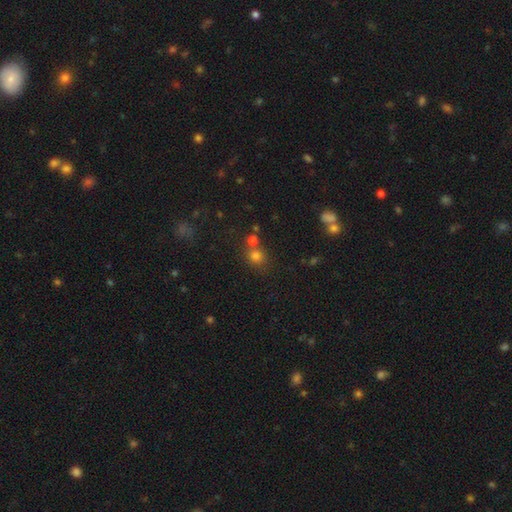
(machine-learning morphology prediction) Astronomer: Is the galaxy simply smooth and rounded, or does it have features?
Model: smooth — 74%.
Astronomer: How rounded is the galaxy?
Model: round — 82%.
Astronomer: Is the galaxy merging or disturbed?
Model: none — 56% (runner-up: merger, 32%).